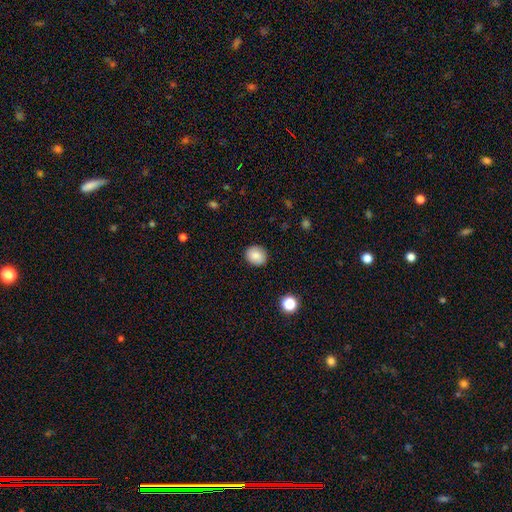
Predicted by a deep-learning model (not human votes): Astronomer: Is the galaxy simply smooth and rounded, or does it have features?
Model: smooth — 85%.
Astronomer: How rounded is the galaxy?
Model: round — 71%.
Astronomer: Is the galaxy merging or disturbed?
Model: none — 88%.